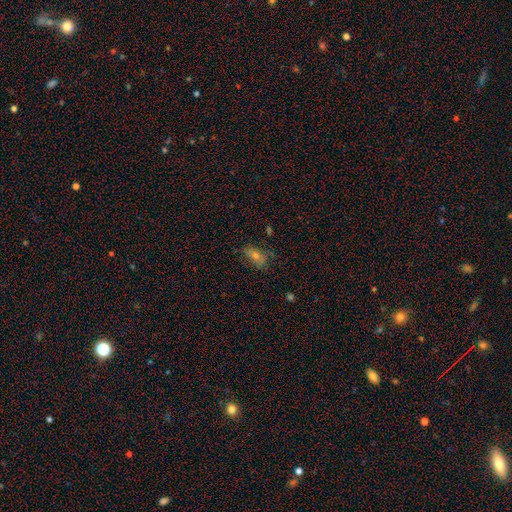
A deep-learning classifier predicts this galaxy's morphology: Smooth or featured?
  - smooth: 47% *
  - featured or disk: 31%
  - star or artifact: 22%
Merging?
  - none: 67% *
  - minor disturbance: 22%
  - major disturbance: 9%
  - merger: 2%